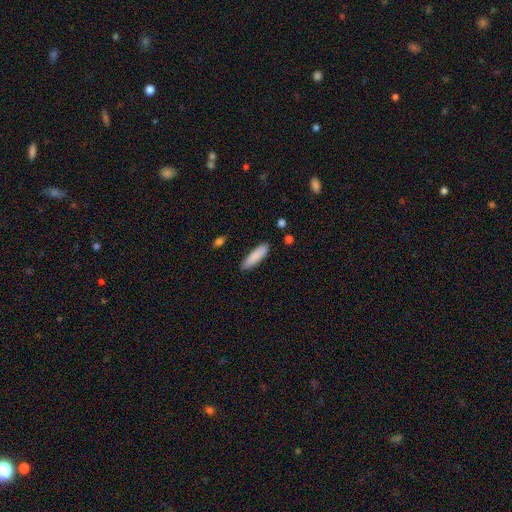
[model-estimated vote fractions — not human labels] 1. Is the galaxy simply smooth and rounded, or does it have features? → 87% smooth, 7% featured or disk, 6% star or artifact.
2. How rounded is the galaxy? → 64% cigar-shaped, 35% in between, 1% round.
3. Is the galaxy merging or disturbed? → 88% none, 9% minor disturbance, 2% major disturbance, 1% merger.